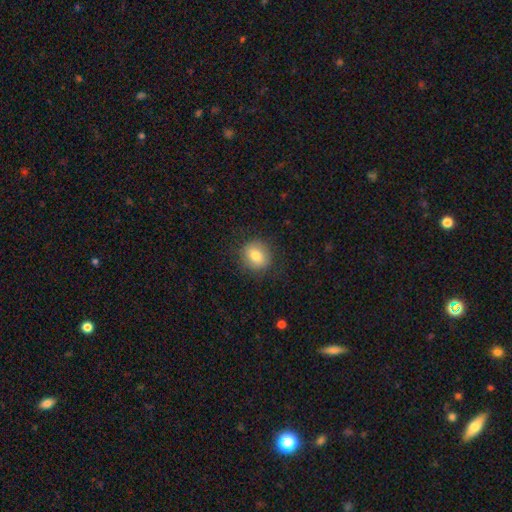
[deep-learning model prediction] smooth_or_featured: smooth (p=0.80) [alt: featured or disk p=0.11]
how_rounded: round (p=0.73) [alt: in between p=0.26]
merging: none (p=0.84) [alt: minor disturbance p=0.11]